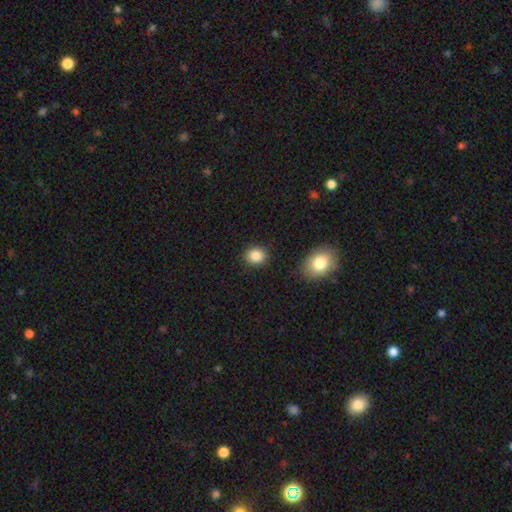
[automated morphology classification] smooth-or-featured: smooth: 87% | star or artifact: 9% | featured or disk: 4%
  how-rounded: round: 61% | in between: 38% | cigar-shaped: 1%
  merging: none: 87% | minor disturbance: 9% | major disturbance: 2% | merger: 2%